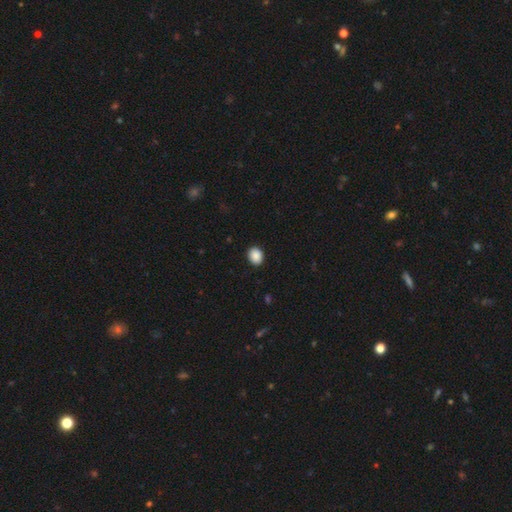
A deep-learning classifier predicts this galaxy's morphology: Smooth or featured? Predicted: smooth (p=0.89). How rounded? Predicted: round (p=0.54). Merging? Predicted: none (p=0.91).